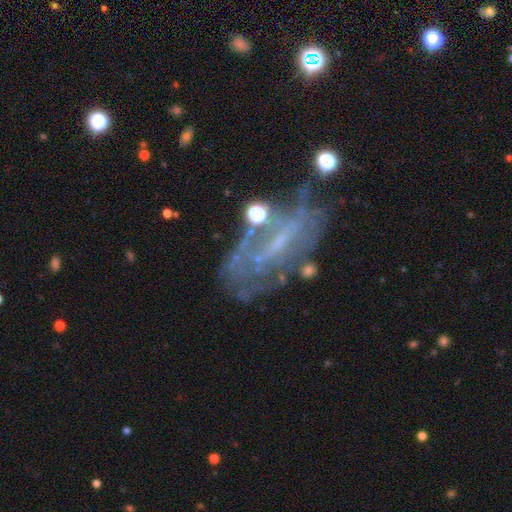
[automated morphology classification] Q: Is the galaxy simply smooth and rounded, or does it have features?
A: featured or disk — 72%.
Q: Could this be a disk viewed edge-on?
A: no — 87%.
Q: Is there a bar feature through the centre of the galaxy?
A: weak — 38%.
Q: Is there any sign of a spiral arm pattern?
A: yes — 58%.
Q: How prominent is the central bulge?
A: small — 52%.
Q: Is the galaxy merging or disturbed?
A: none — 53%.